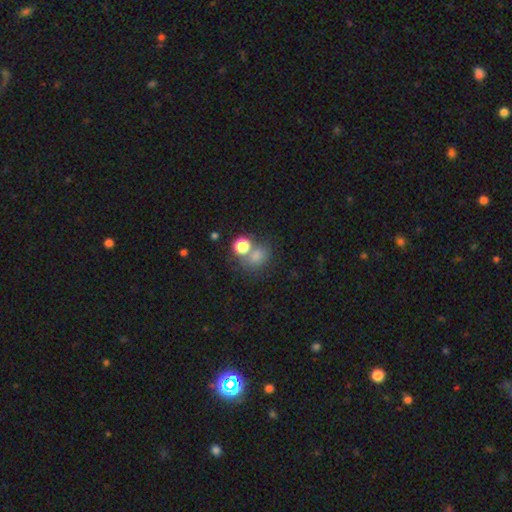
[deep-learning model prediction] smooth-or-featured: smooth: 68% | star or artifact: 22% | featured or disk: 10%
  how-rounded: round: 61% | in between: 37% | cigar-shaped: 1%
  merging: none: 52% | merger: 29% | minor disturbance: 12% | major disturbance: 7%